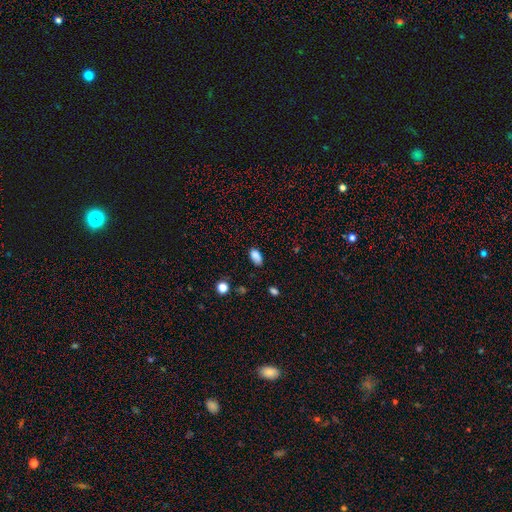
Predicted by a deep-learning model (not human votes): This appears to be a smooth galaxy with no disk features (85%) that is in between round and cigar-shaped (92%). Merging: none (74%).